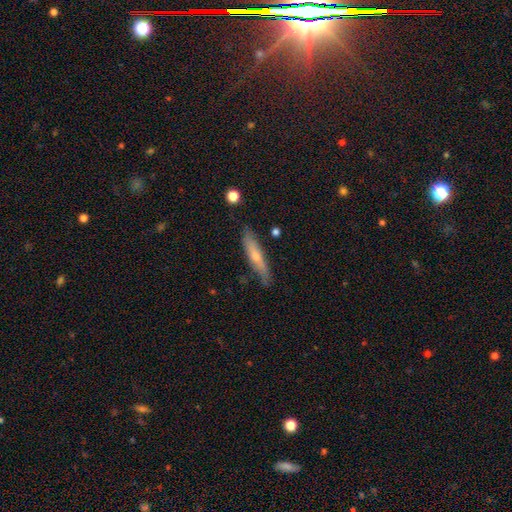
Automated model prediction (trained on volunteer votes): Smooth or featured? smooth (51%)
How rounded? cigar-shaped (87%)
Merging? none (78%)